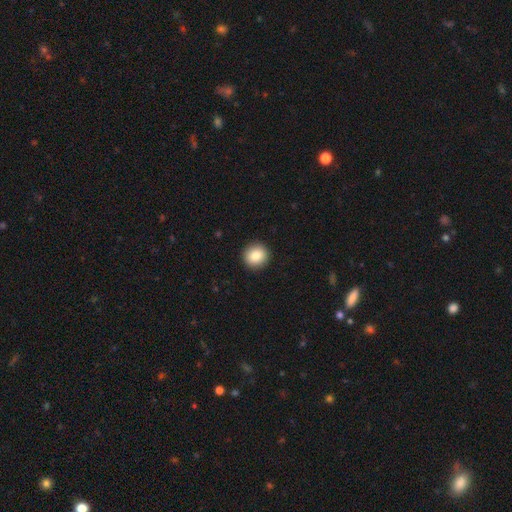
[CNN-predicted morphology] This appears to be a smooth galaxy with no disk features (84%) that is round (92%). Merging: none (93%).